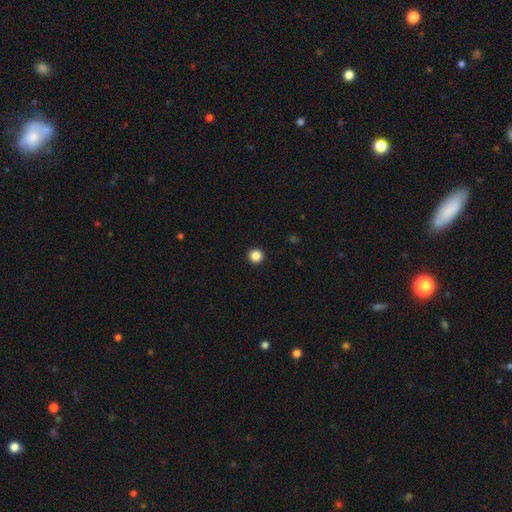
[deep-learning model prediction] Smooth or featured: smooth — 86% (star or artifact — 11%)
How rounded: round — 95% (in between — 4%)
Merging: none — 94% (minor disturbance — 4%)